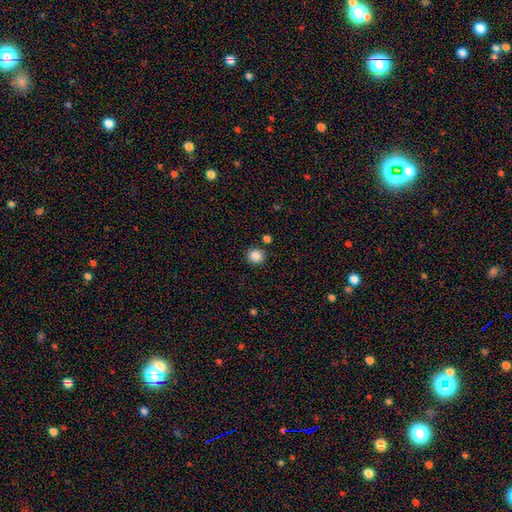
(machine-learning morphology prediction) The model was most divided on "smooth or featured": smooth: 86%, star or artifact: 11%, featured or disk: 4%. More confident: how rounded — round (89%); merging — none (87%).